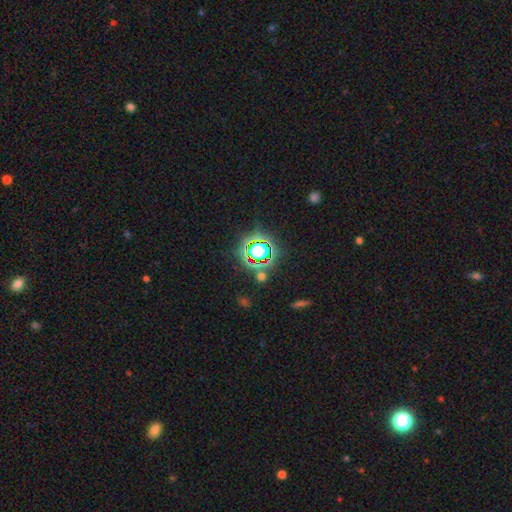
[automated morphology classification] Smooth or featured? star or artifact (78%)